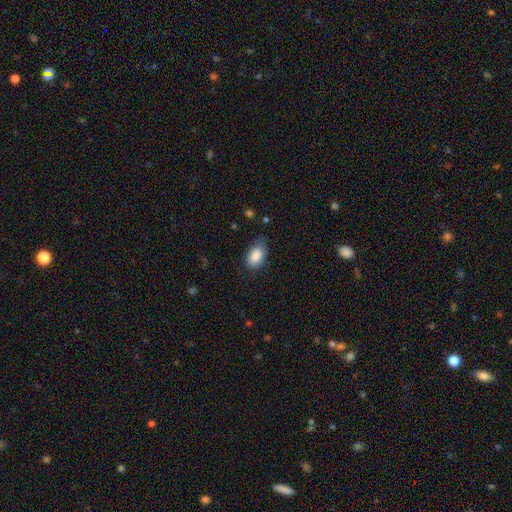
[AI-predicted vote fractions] Morphology: type=smooth (85%); roundness=in between (93%); merging=none (72%).